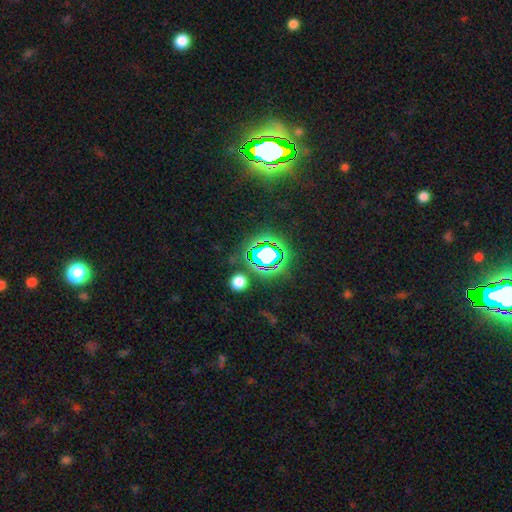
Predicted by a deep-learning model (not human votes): A star or artifact, not a galaxy (77%).